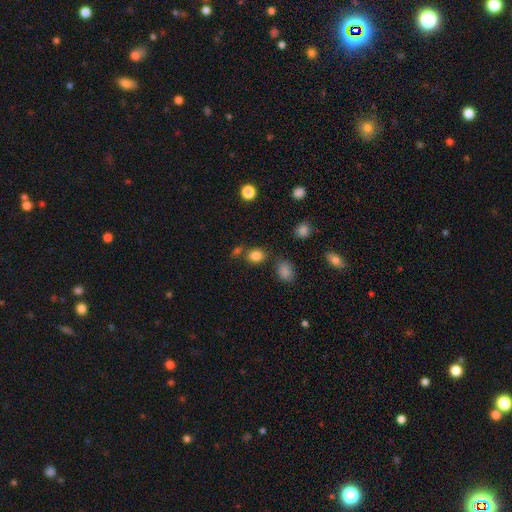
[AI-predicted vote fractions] A smooth galaxy with no disk features (82%) that is round (55%).

Vote fractions:
- Smooth or featured? smooth: 82% / star or artifact: 13% / featured or disk: 6%
- How rounded? round: 55% / in between: 44% / cigar-shaped: 1%
- Merging? none: 71% / minor disturbance: 12% / merger: 12% / major disturbance: 4%